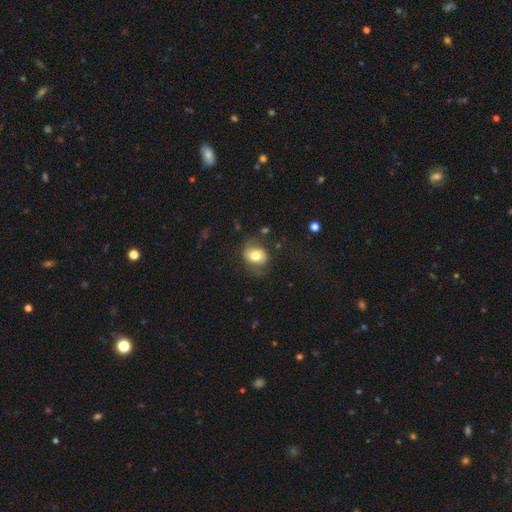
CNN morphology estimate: Smooth or featured? Predicted: smooth (p=0.73). How rounded? Predicted: in between (p=0.50). Merging? Predicted: none (p=0.66).